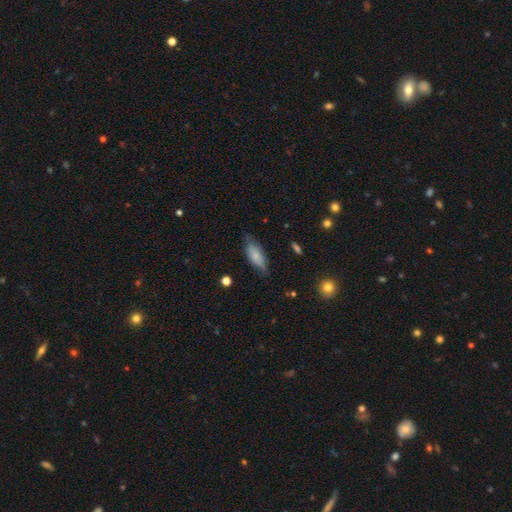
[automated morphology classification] Smooth or featured? smooth (72%)
How rounded? in between (74%)
Merging? none (63%)